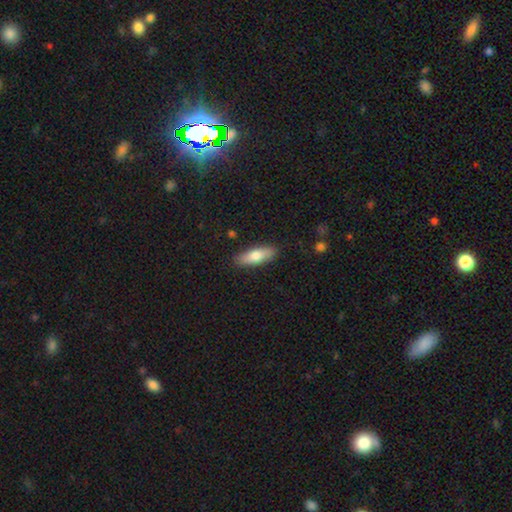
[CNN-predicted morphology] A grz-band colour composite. It shows a smooth galaxy with no disk features (74%) that is in between round and cigar-shaped (56%). Merging: none (87%).